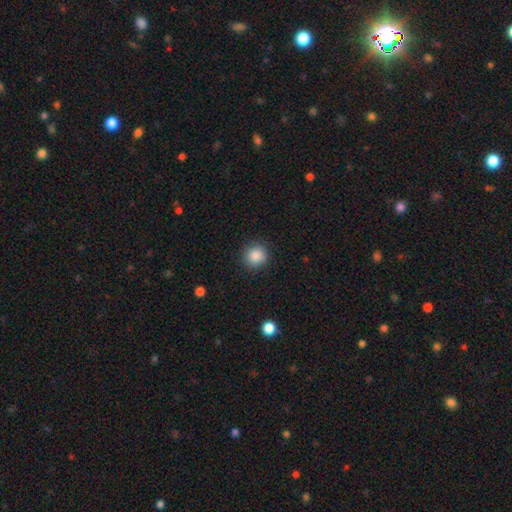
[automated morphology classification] This is clearly a smooth galaxy (87%). How rounded: clearly round (90%). Merging: clearly none (89%).